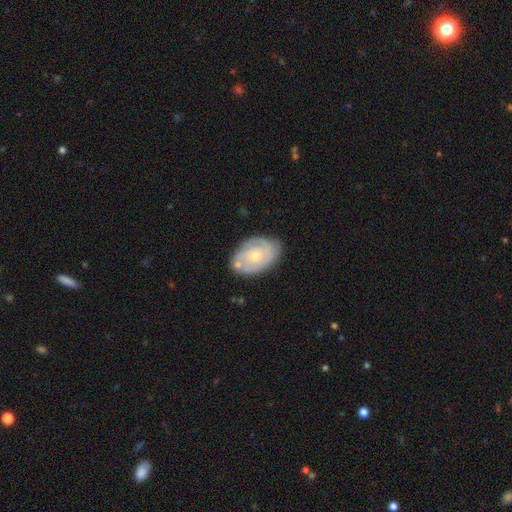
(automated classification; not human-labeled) The model was most divided on "bulge size": small: 50%, moderate: 46%, large: 2%, none: 1%, dominant: 1%. More confident: edge-on disk — no (95%); bar — no (81%); spiral arms — yes (73%); merging — none (67%); smooth or featured — featured or disk (67%).